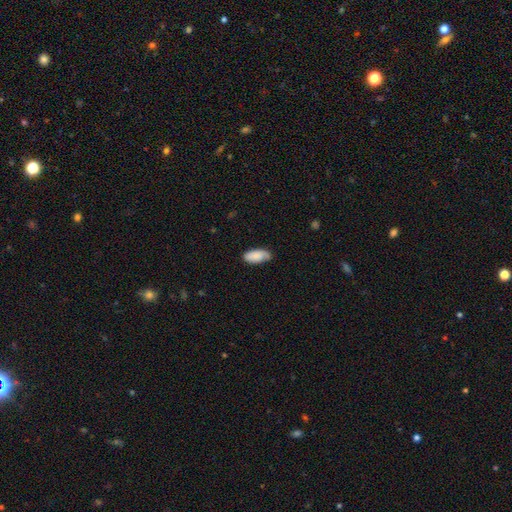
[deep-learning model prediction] This is clearly a smooth galaxy (82%). How rounded: clearly in between (92%). Merging: likely none (70%).